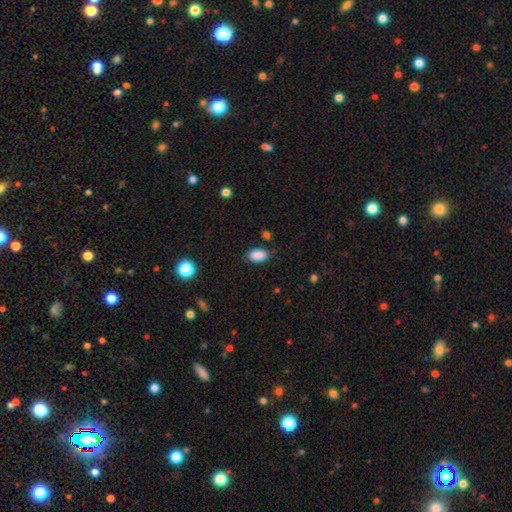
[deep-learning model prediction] A smooth galaxy with no disk features (88%) that is in between round and cigar-shaped (92%). Merging: none (81%).